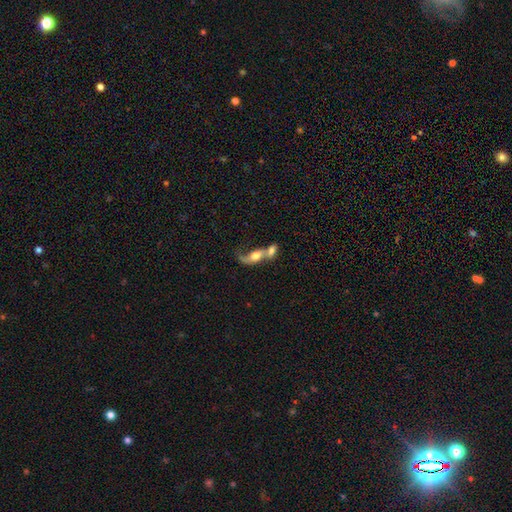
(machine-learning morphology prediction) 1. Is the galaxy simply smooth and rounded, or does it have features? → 50% smooth, 42% featured or disk, 9% star or artifact.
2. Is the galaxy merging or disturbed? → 75% merger, 11% none, 9% major disturbance, 6% minor disturbance.